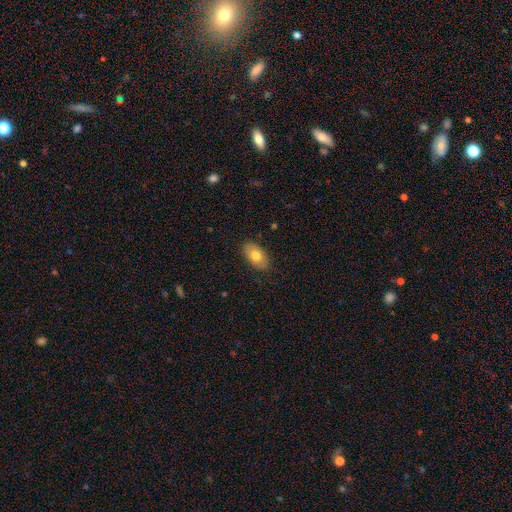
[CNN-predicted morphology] This is likely a smooth galaxy (76%). How rounded: clearly in between (93%). Merging: clearly none (87%).